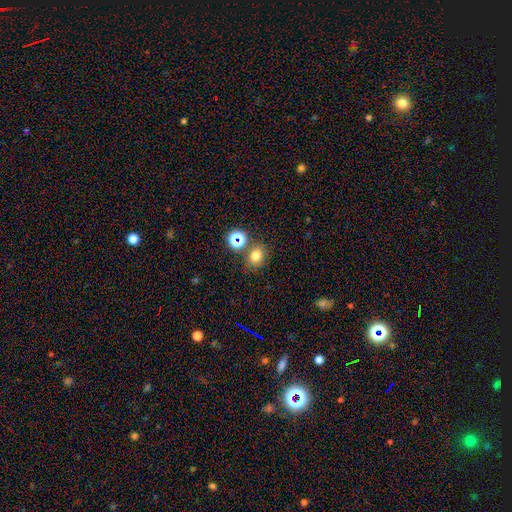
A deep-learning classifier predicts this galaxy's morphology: The model was most divided on "how rounded": round: 66%, in between: 33%, cigar-shaped: 1%. More confident: smooth or featured — smooth (73%); merging — none (72%).